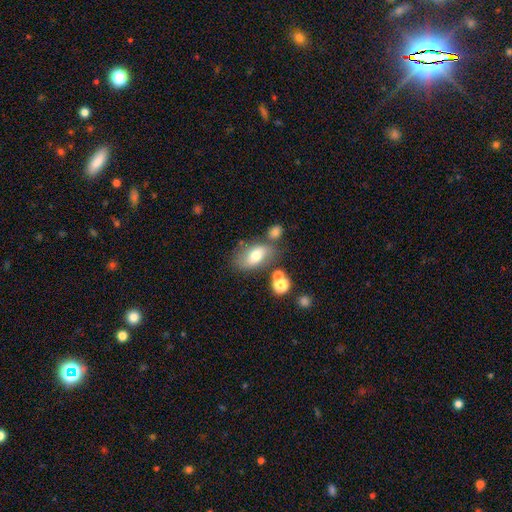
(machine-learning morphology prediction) Q: Smooth or featured?
A: smooth (63%); runner-up: featured or disk (27%)
Q: How rounded?
A: in between (86%); runner-up: round (11%)
Q: Merging?
A: none (59%); runner-up: minor disturbance (19%)